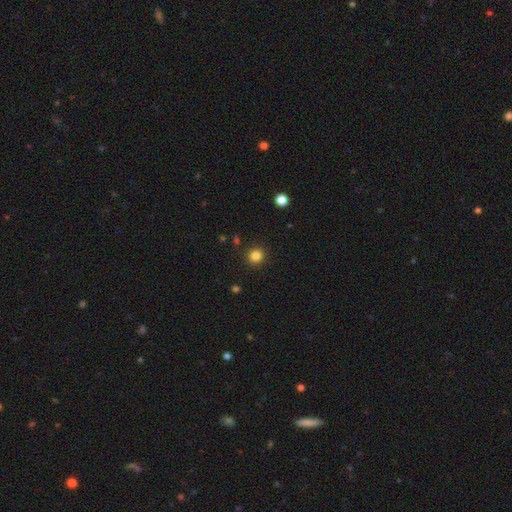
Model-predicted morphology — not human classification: Smooth or featured? Predicted: smooth (p=0.84). How rounded? Predicted: round (p=0.92). Merging? Predicted: none (p=0.91).